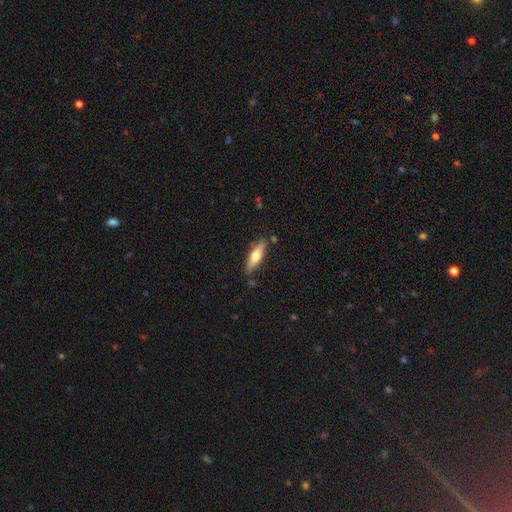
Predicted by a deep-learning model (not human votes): smooth-or-featured: smooth: 59% | featured or disk: 35% | star or artifact: 6%
  how-rounded: cigar-shaped: 59% | in between: 39% | round: 2%
  merging: none: 82% | minor disturbance: 12% | merger: 3% | major disturbance: 2%